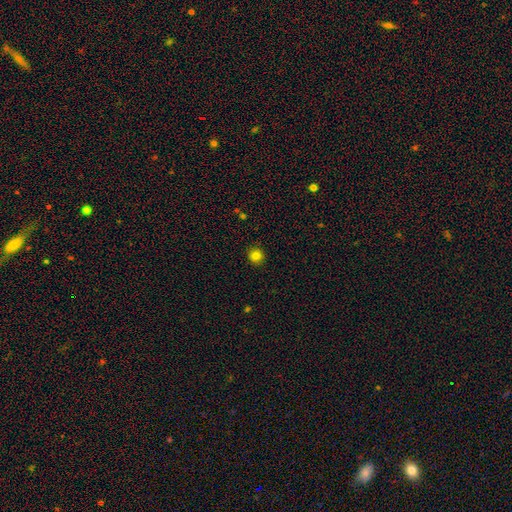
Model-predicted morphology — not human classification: Overall: smooth (82%). How rounded: round (91%). Merging: none (91%).